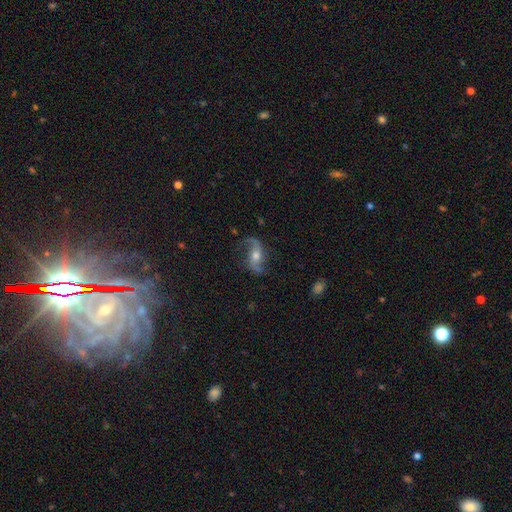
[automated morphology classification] smooth-or-featured: featured or disk: 86% | smooth: 8% | star or artifact: 7%
  disk-edge-on: no: 95% | yes: 5%
    bar: no: 50% | weak: 34% | strong: 16%
    has-spiral-arms: yes: 96% | no: 4%
      spiral-winding: loose: 77% | medium: 18% | tight: 5%
      spiral-arm-count: 2: 93% | 1: 2% | can't tell: 2% | 3: 1% | 4: 1% | more than 4: 1%
    bulge-size: moderate: 67% | small: 22% | large: 7% | none: 2% | dominant: 1%
  merging: none: 76% | minor disturbance: 14% | major disturbance: 8% | merger: 2%